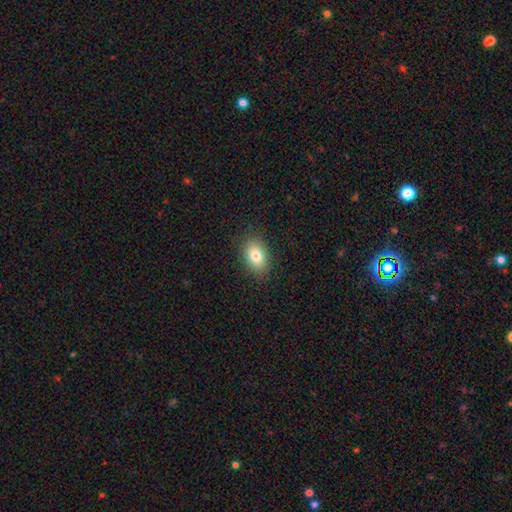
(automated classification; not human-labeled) smooth 81%, featured or disk 10%, star or artifact 9%. Down the decision tree: how rounded — in between (79%); merging — none (88%).